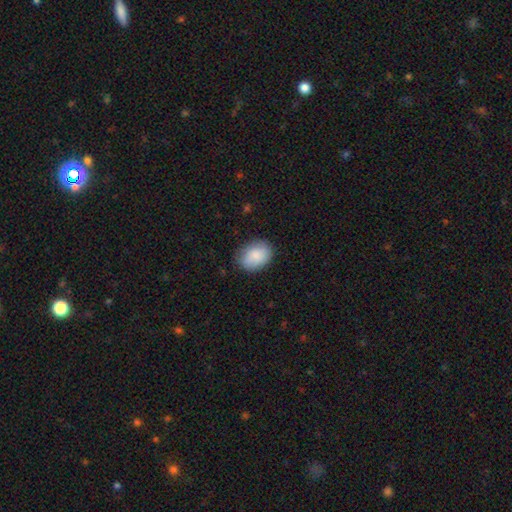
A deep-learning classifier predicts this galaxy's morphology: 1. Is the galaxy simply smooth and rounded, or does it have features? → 85% smooth, 9% featured or disk, 7% star or artifact.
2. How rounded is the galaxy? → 68% in between, 31% round, 1% cigar-shaped.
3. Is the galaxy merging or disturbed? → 78% none, 17% minor disturbance, 4% major disturbance, 1% merger.